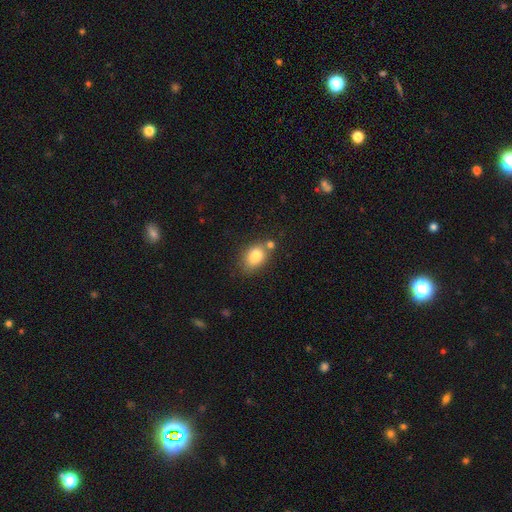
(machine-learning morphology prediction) The model was most divided on "merging": none: 60%, merger: 18%, minor disturbance: 17%, major disturbance: 5%. More confident: smooth or featured — smooth (82%); how rounded — in between (75%).